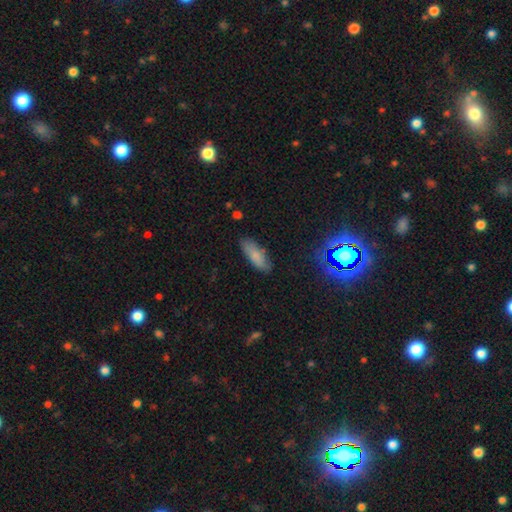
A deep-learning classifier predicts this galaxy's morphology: Smooth or featured? Predicted: smooth (p=0.77). How rounded? Predicted: in between (p=0.67). Merging? Predicted: none (p=0.80).